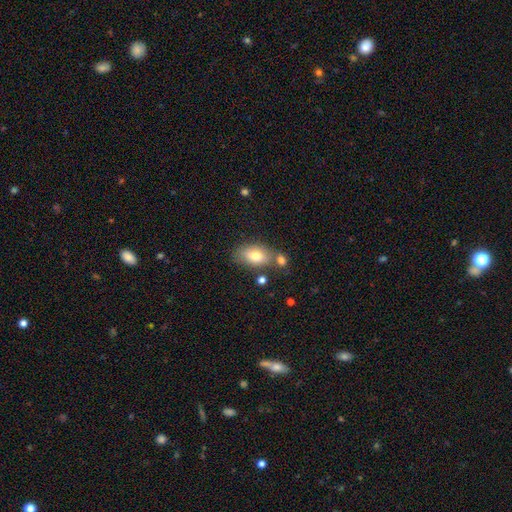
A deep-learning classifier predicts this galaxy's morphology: type=smooth (75%); roundness=in between (87%); merging=none (62%).